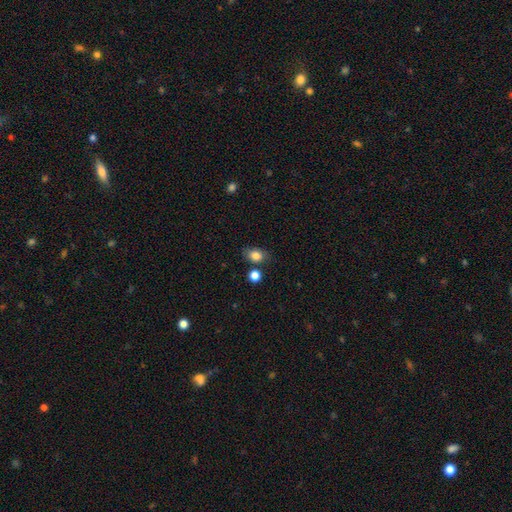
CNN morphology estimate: smooth-or-featured: smooth: 83% | star or artifact: 10% | featured or disk: 8%
  how-rounded: in between: 66% | round: 33% | cigar-shaped: 1%
  merging: none: 73% | minor disturbance: 15% | merger: 8% | major disturbance: 4%